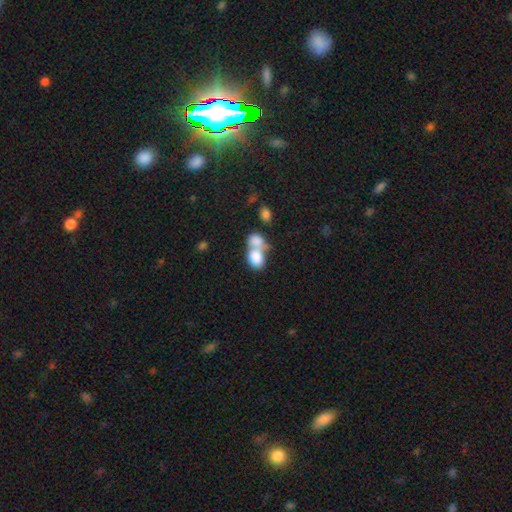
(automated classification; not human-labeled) Smooth or featured: smooth — 81% (featured or disk — 12%)
How rounded: in between — 76% (round — 22%)
Merging: merger — 72% (none — 17%)